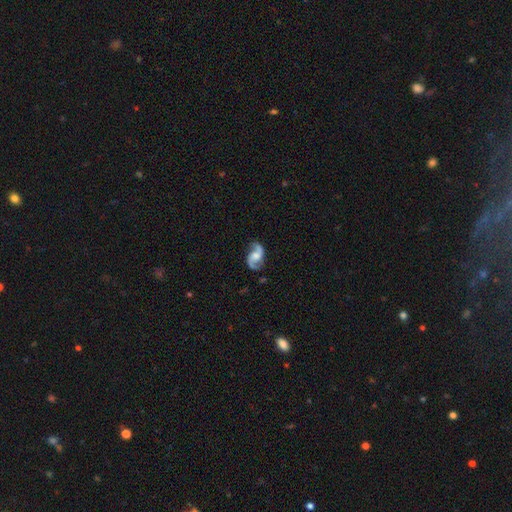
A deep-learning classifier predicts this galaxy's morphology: smooth-or-featured: featured or disk: 88% | smooth: 7% | star or artifact: 5%
  disk-edge-on: no: 98% | yes: 2%
    bar: no: 52% | weak: 37% | strong: 10%
    has-spiral-arms: yes: 97% | no: 3%
      spiral-winding: loose: 48% | medium: 42% | tight: 11%
      spiral-arm-count: 2: 93% | can't tell: 2% | 1: 2% | 3: 1% | 4: 1% | more than 4: 1%
    bulge-size: moderate: 49% | small: 28% | none: 11% | large: 10% | dominant: 2%
  merging: none: 77% | minor disturbance: 15% | major disturbance: 6% | merger: 2%